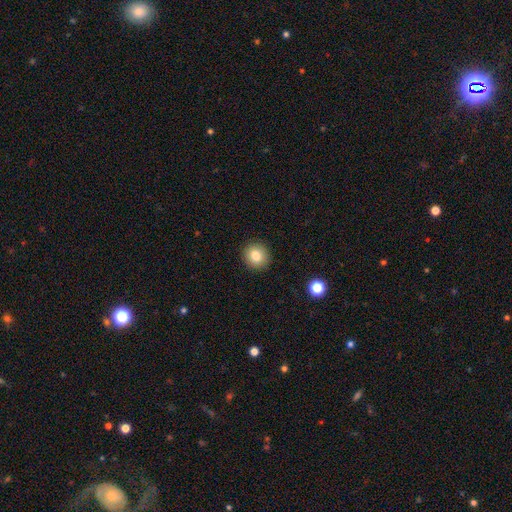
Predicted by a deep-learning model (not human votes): smooth-or-featured: smooth: 81% | star or artifact: 10% | featured or disk: 8%
  how-rounded: round: 91% | in between: 8% | cigar-shaped: 1%
  merging: none: 92% | minor disturbance: 5% | major disturbance: 2% | merger: 1%